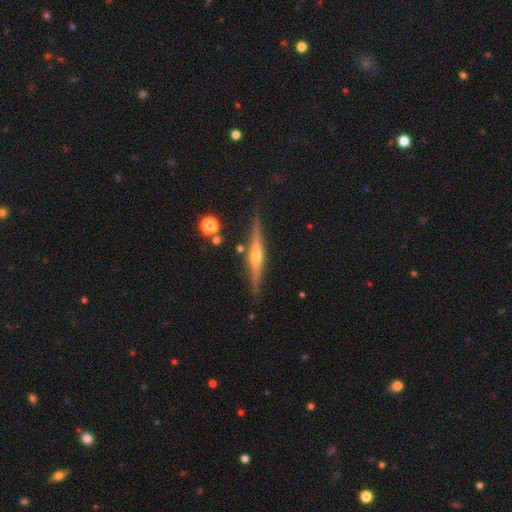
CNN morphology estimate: type=featured or disk (75%); edge-on=yes (98%); edge-on bulge=rounded (80%); merging=none (87%).